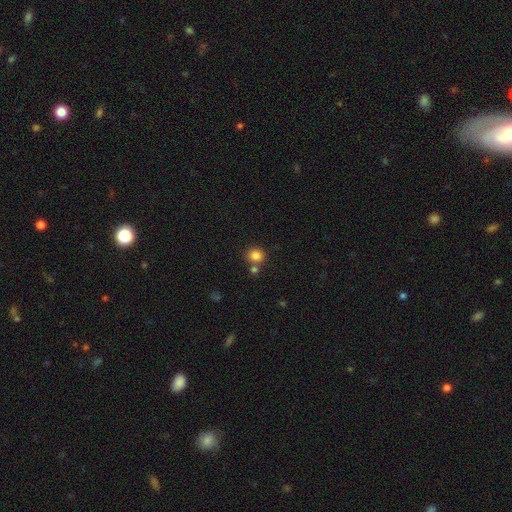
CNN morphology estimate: type=smooth (83%); roundness=round (86%); merging=none (71%).